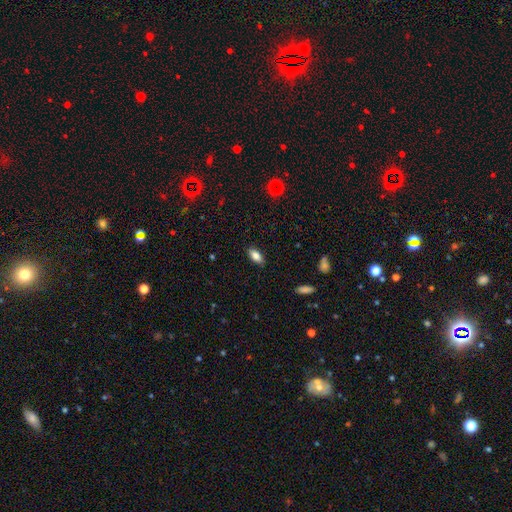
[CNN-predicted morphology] This is clearly a smooth galaxy (83%). How rounded: clearly in between (86%). Merging: clearly none (87%).